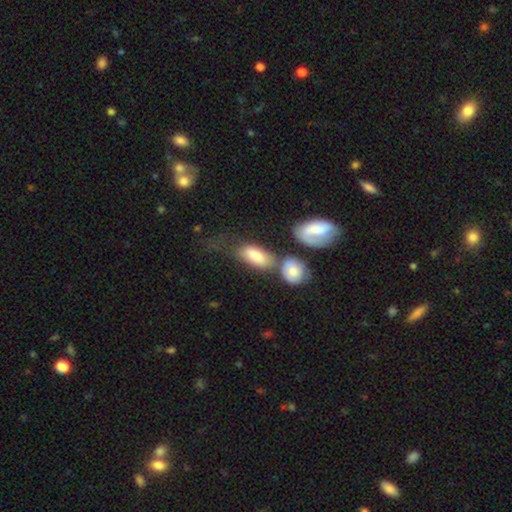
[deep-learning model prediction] This appears to be a smooth galaxy with no disk features (75%) that is in between round and cigar-shaped (87%). Merging: none (36%).